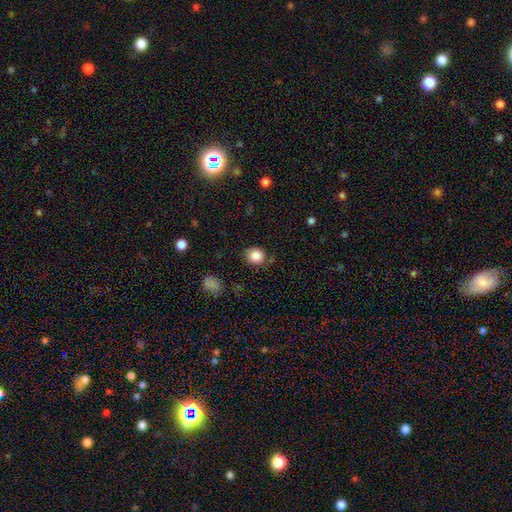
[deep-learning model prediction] smooth-or-featured: smooth: 86% | star or artifact: 10% | featured or disk: 5%
  how-rounded: round: 80% | in between: 19% | cigar-shaped: 1%
  merging: none: 80% | minor disturbance: 13% | major disturbance: 4% | merger: 2%